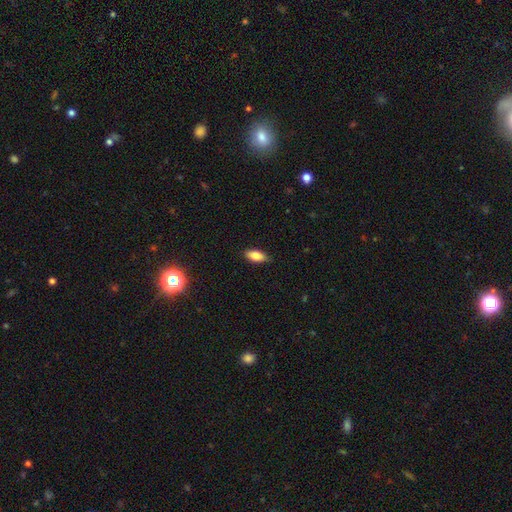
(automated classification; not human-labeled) Smooth or featured: smooth — 81% (featured or disk — 11%)
How rounded: in between — 85% (cigar-shaped — 13%)
Merging: none — 86% (minor disturbance — 11%)